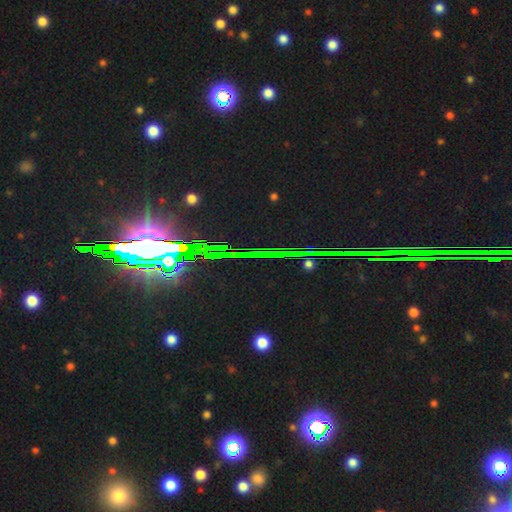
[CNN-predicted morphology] star or artifact 86%, featured or disk 8%, smooth 6%.